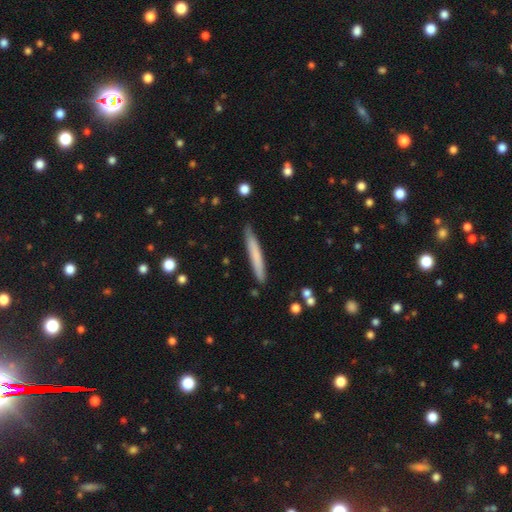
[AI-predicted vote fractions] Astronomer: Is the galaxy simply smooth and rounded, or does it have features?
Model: smooth — 70%.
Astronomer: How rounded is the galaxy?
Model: cigar-shaped — 96%.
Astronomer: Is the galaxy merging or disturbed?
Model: none — 87%.